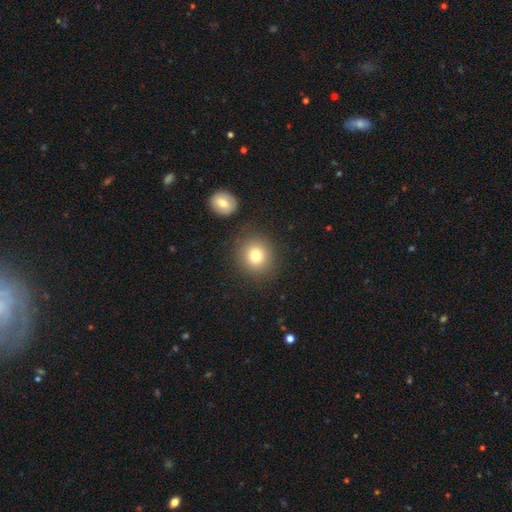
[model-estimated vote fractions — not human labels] The model was most divided on "smooth or featured": smooth: 79%, star or artifact: 11%, featured or disk: 9%. More confident: how rounded — round (87%); merging — none (83%).